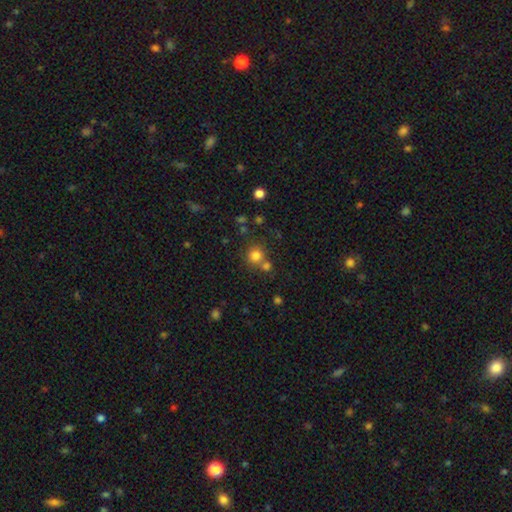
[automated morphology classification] Smooth or featured: smooth — 79% (star or artifact — 14%)
How rounded: round — 90% (in between — 10%)
Merging: none — 64% (merger — 25%)